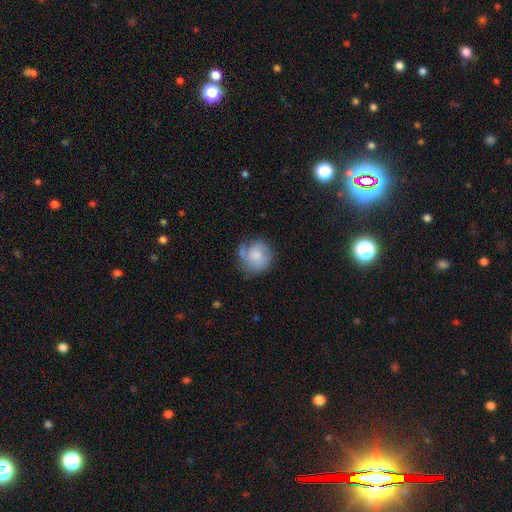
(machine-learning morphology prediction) smooth 56%, featured or disk 37%, star or artifact 8%. Down the decision tree: how rounded — round (85%); merging — none (59%).